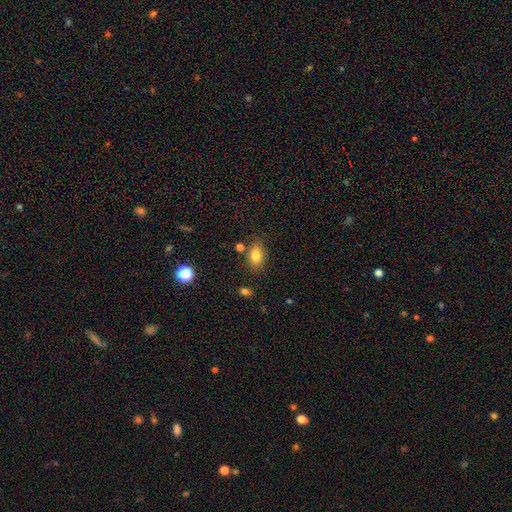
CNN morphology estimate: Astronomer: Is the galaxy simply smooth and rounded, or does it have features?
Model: smooth — 81%.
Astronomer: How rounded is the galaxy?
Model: in between — 85%.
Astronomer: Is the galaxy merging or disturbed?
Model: none — 78%.